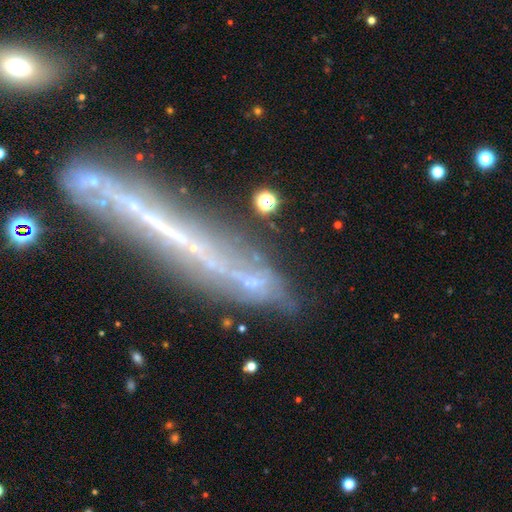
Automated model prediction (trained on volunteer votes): Smooth or featured: featured or disk — 64% (star or artifact — 19%)
Edge-on disk: yes — 77% (no — 23%)
Merging: none — 64% (minor disturbance — 18%)